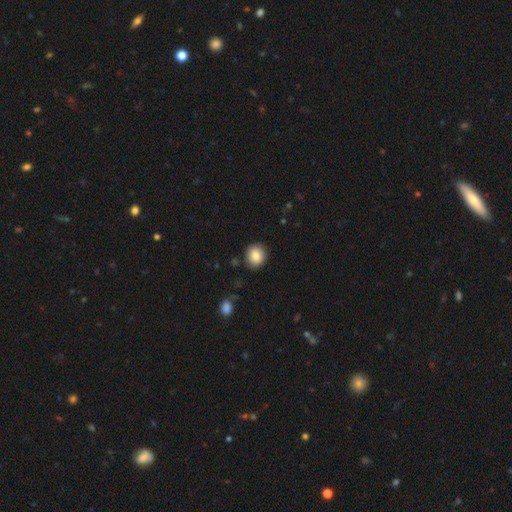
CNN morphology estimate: The model was most divided on "how rounded": round: 78%, in between: 21%, cigar-shaped: 1%. More confident: merging — none (88%); smooth or featured — smooth (85%).